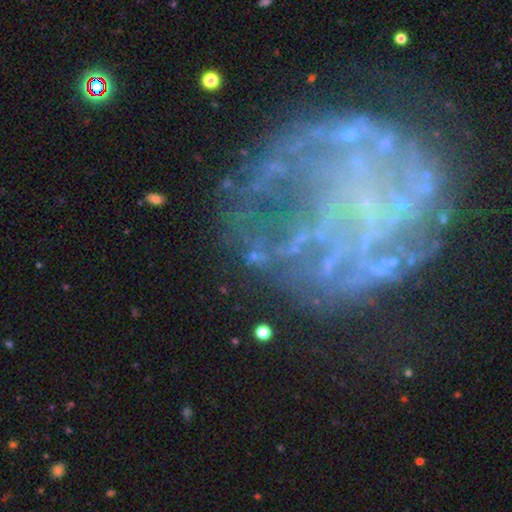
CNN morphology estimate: smooth_or_featured: featured or disk (p=0.59) [alt: star or artifact p=0.25]
disk_edge_on: no (p=0.94) [alt: yes p=0.06]
bar: no (p=0.49) [alt: weak p=0.27]
has_spiral_arms: yes (p=0.70) [alt: no p=0.30]
bulge_size: small (p=0.45) [alt: moderate p=0.26]
merging: none (p=0.68) [alt: minor disturbance p=0.15]